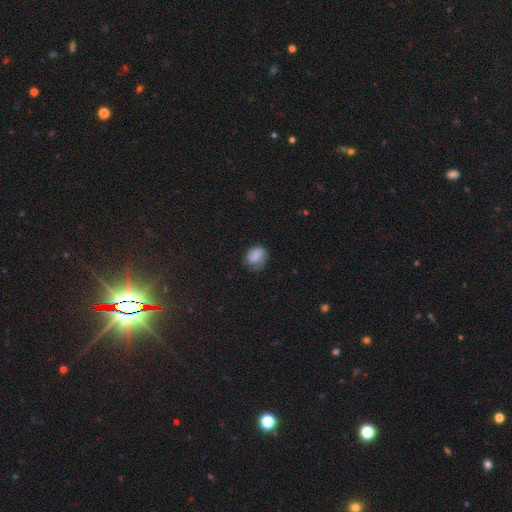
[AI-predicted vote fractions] smooth-or-featured: smooth: 79% | featured or disk: 12% | star or artifact: 9%
  how-rounded: round: 60% | in between: 39% | cigar-shaped: 1%
  merging: none: 60% | minor disturbance: 28% | major disturbance: 10% | merger: 1%